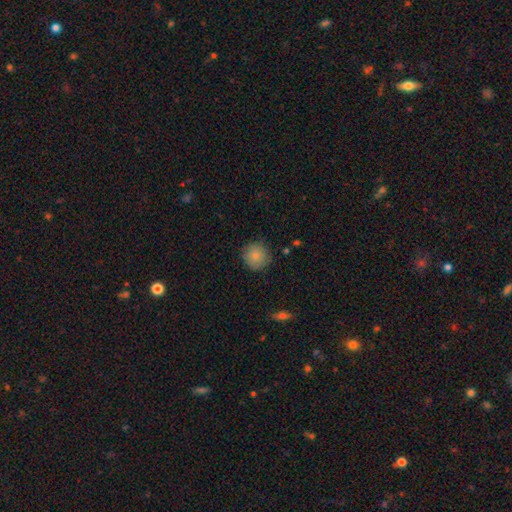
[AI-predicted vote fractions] A smooth galaxy with no disk features (82%) that is round (92%).

Vote fractions:
- Smooth or featured? smooth: 82% / featured or disk: 10% / star or artifact: 9%
- How rounded? round: 92% / in between: 7% / cigar-shaped: 1%
- Merging? none: 84% / minor disturbance: 12% / major disturbance: 3% / merger: 1%